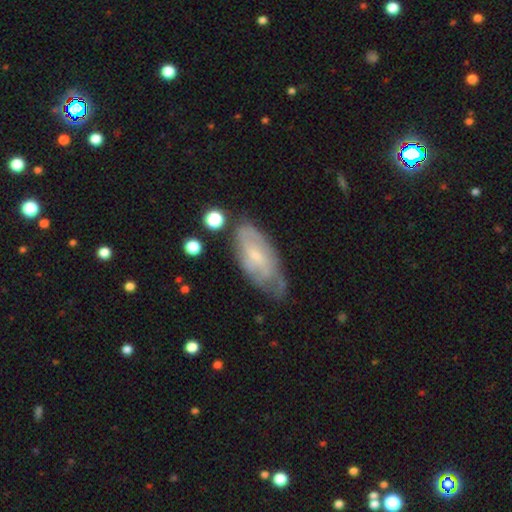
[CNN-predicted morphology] Q: Smooth or featured?
A: featured or disk (55%); runner-up: smooth (38%)
Q: Edge-on disk?
A: no (89%); runner-up: yes (11%)
Q: Merging?
A: none (55%); runner-up: minor disturbance (31%)